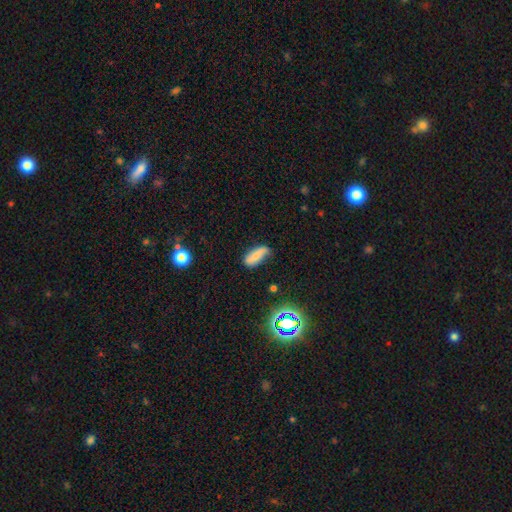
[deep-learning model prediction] This appears to be a smooth galaxy with no disk features (62%) that is in between round and cigar-shaped (69%). Merging: none (60%).